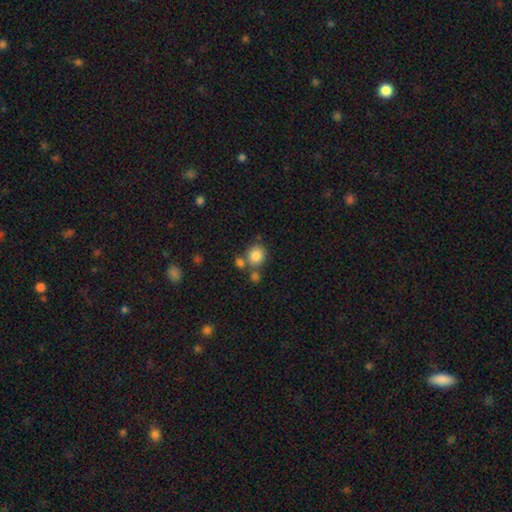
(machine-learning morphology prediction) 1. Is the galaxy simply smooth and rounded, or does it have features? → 83% smooth, 10% star or artifact, 7% featured or disk.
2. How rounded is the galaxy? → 78% round, 21% in between, 1% cigar-shaped.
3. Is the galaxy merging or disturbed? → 62% none, 22% merger, 11% minor disturbance, 4% major disturbance.